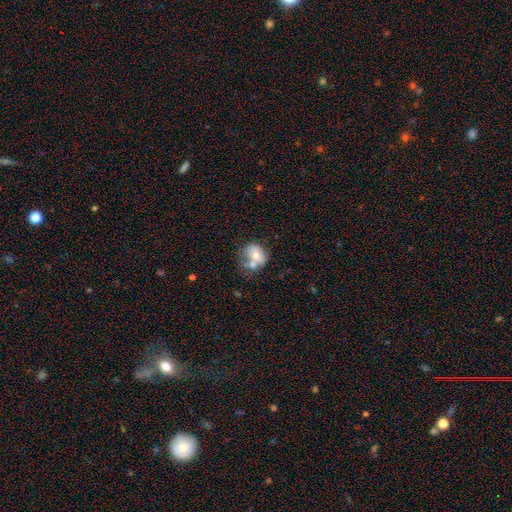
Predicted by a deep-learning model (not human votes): Overall: smooth (59%; featured or disk 32%). How rounded: round (58%; in between 41%). Merging: merger (46%; none 30%).